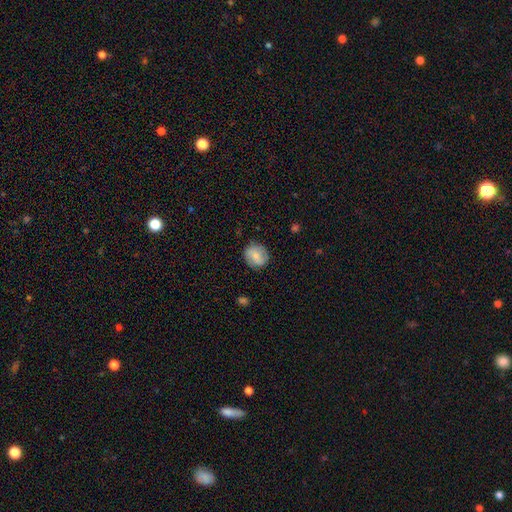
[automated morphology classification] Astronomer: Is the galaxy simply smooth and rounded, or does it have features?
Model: smooth — 72%.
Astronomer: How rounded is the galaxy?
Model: round — 79%.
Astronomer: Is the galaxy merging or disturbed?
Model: none — 83%.